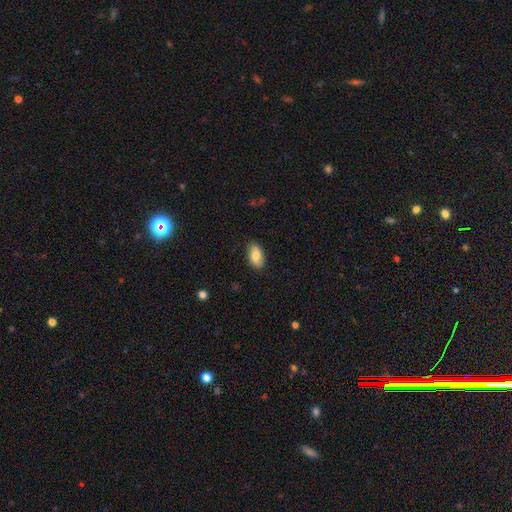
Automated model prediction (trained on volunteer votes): Smooth or featured? smooth (80%)
How rounded? in between (93%)
Merging? none (84%)